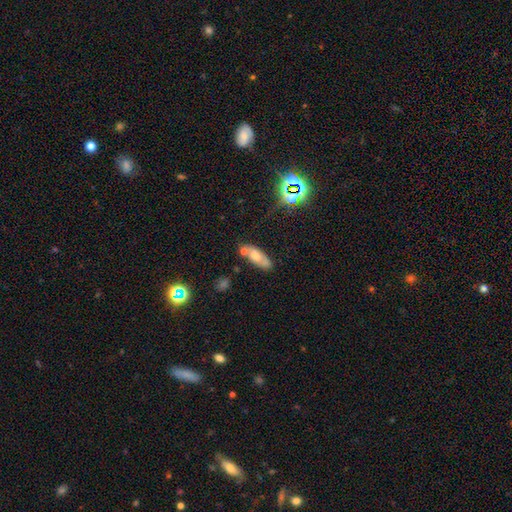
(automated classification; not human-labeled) Smooth or featured: smooth — 61% (featured or disk — 27%)
How rounded: in between — 69% (cigar-shaped — 27%)
Merging: none — 58% (minor disturbance — 18%)